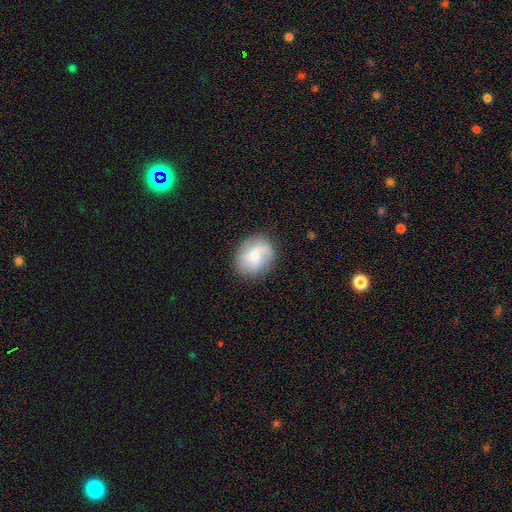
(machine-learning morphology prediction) Smooth or featured? Predicted: smooth (p=0.49). Merging? Predicted: none (p=0.78).